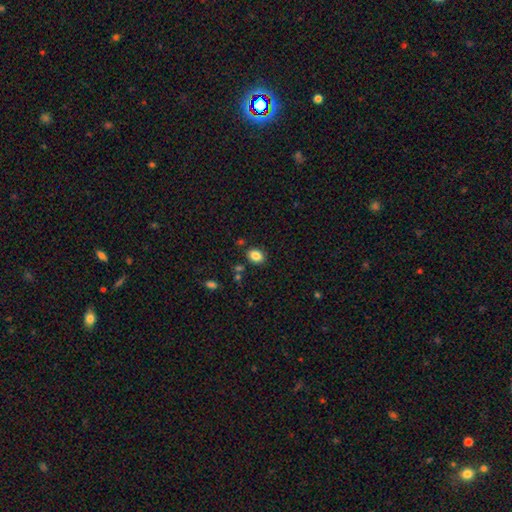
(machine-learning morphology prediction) A smooth galaxy with no disk features (85%) that is in between round and cigar-shaped (68%).

Vote fractions:
- Smooth or featured? smooth: 85% / star or artifact: 9% / featured or disk: 5%
- How rounded? in between: 68% / round: 31% / cigar-shaped: 1%
- Merging? none: 84% / minor disturbance: 10% / merger: 4% / major disturbance: 3%